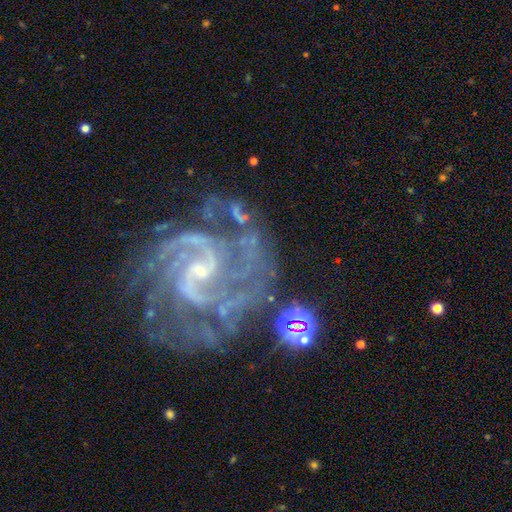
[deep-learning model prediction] Q: Smooth or featured?
A: featured or disk (90%); runner-up: star or artifact (7%)
Q: Edge-on disk?
A: no (98%); runner-up: yes (2%)
Q: Bar?
A: weak (49%); runner-up: no (33%)
Q: Spiral arms?
A: yes (98%); runner-up: no (2%)
Q: Spiral winding?
A: tight (48%); runner-up: medium (45%)
Q: Spiral arm count?
A: 2 (45%); runner-up: 3 (20%)
Q: Bulge size?
A: small (75%); runner-up: moderate (17%)
Q: Merging?
A: none (64%); runner-up: minor disturbance (19%)